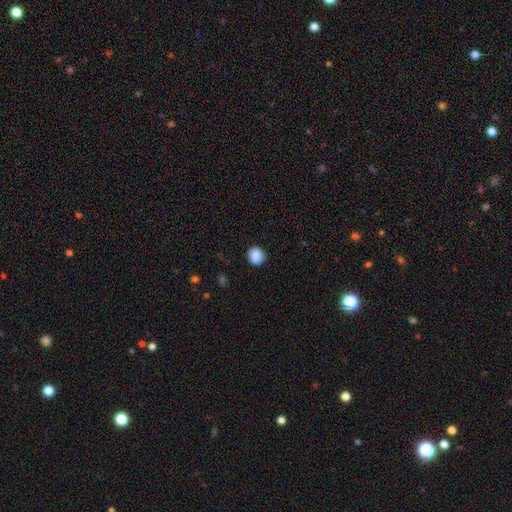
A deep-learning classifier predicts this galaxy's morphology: Smooth or featured: smooth — 87% (star or artifact — 9%)
How rounded: round — 74% (in between — 25%)
Merging: none — 82% (minor disturbance — 13%)